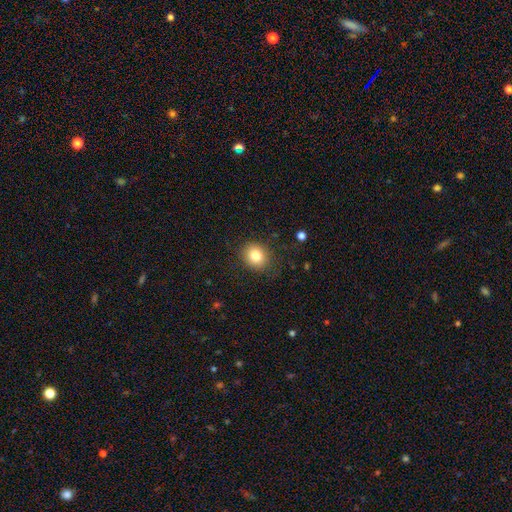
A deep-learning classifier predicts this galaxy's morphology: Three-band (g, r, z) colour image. It shows a smooth galaxy with no disk features (83%) that is round (70%). Merging: none (84%).